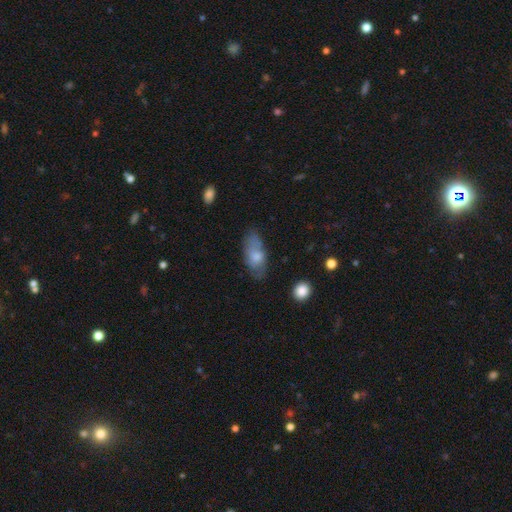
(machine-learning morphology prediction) Q: Smooth or featured?
A: smooth (66%); runner-up: featured or disk (27%)
Q: How rounded?
A: in between (86%); runner-up: cigar-shaped (10%)
Q: Merging?
A: none (60%); runner-up: minor disturbance (27%)